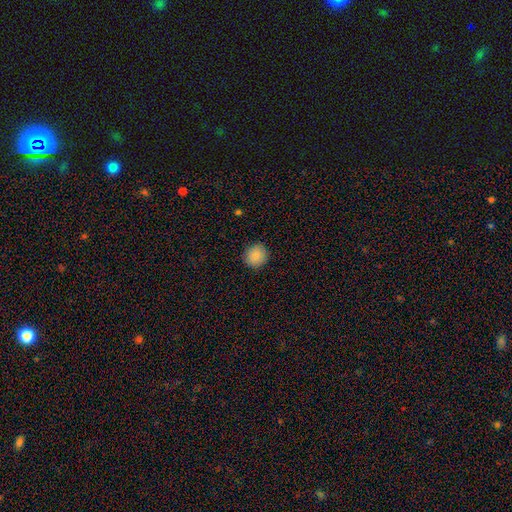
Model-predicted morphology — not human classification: This appears to be a smooth galaxy with no disk features (87%) that is round (91%). Merging: none (90%).